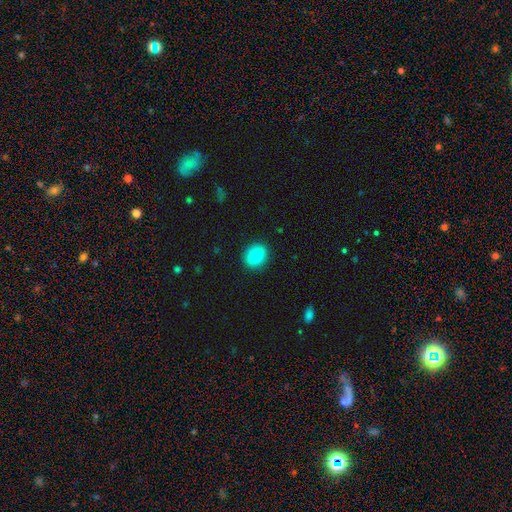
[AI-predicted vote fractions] smooth 85%, star or artifact 9%, featured or disk 7%. Down the decision tree: how rounded — round (58%); merging — none (90%).